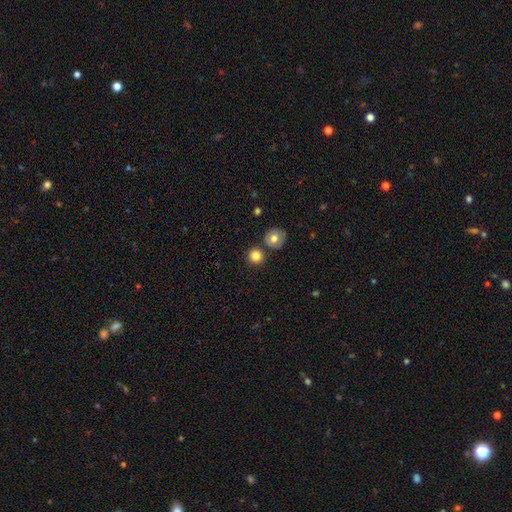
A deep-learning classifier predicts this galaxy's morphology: The model was most divided on "merging": none: 77%, merger: 13%, minor disturbance: 8%, major disturbance: 2%. More confident: how rounded — round (91%); smooth or featured — smooth (81%).